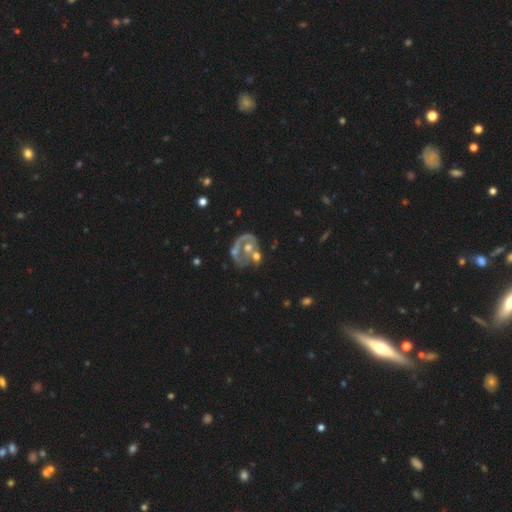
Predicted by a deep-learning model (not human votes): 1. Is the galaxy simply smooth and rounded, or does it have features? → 67% featured or disk, 25% smooth, 8% star or artifact.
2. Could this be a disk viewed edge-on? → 97% no, 3% yes.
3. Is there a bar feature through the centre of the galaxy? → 87% no, 10% weak, 3% strong.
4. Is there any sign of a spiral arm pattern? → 71% no, 29% yes.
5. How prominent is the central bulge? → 57% moderate, 18% small, 14% none, 9% large, 3% dominant.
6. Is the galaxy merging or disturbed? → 37% merger, 30% none, 20% major disturbance, 13% minor disturbance.